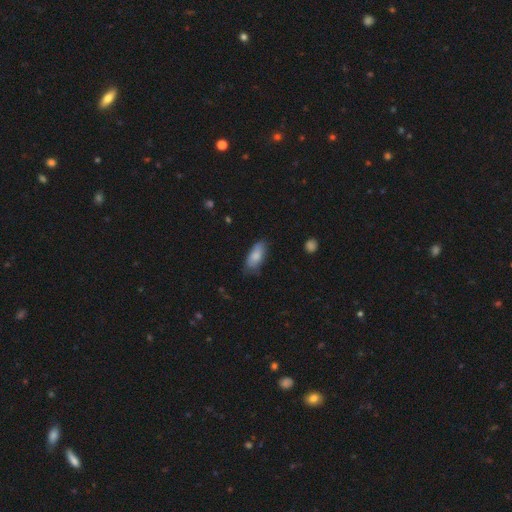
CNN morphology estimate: Smooth or featured: smooth — 83% (featured or disk — 11%)
How rounded: in between — 84% (cigar-shaped — 14%)
Merging: none — 69% (minor disturbance — 24%)